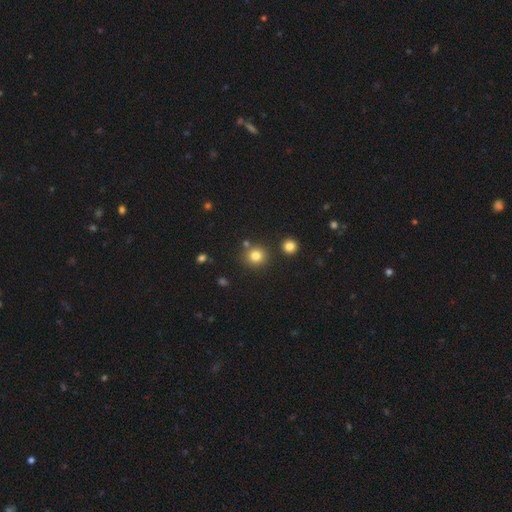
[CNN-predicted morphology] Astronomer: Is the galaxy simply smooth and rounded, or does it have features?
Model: smooth — 82%.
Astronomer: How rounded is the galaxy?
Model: round — 91%.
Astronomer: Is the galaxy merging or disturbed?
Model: none — 83%.